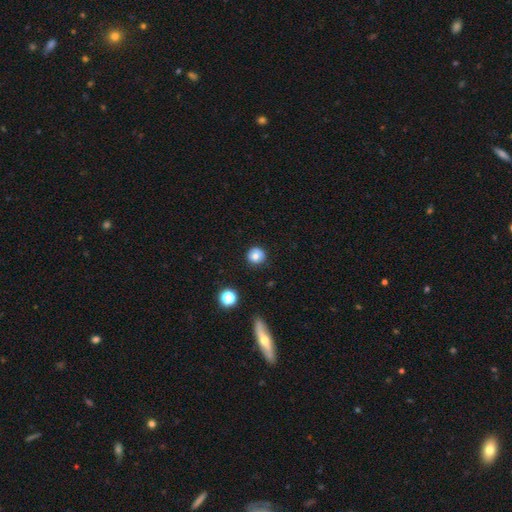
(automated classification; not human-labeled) A smooth galaxy with no disk features (77%) that is round (93%). Merging: none (87%).